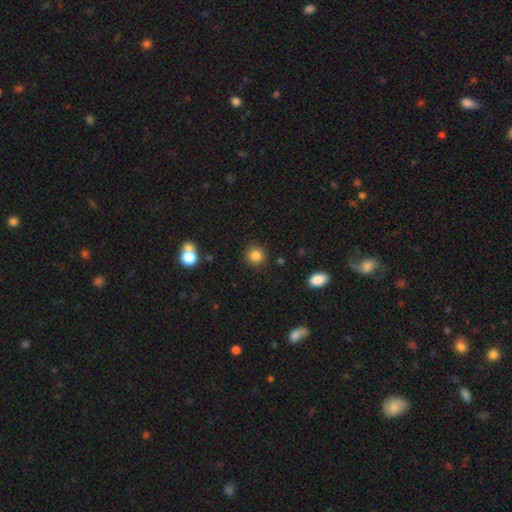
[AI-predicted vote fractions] The model was most divided on "smooth or featured": smooth: 84%, star or artifact: 11%, featured or disk: 5%. More confident: how rounded — round (92%); merging — none (89%).